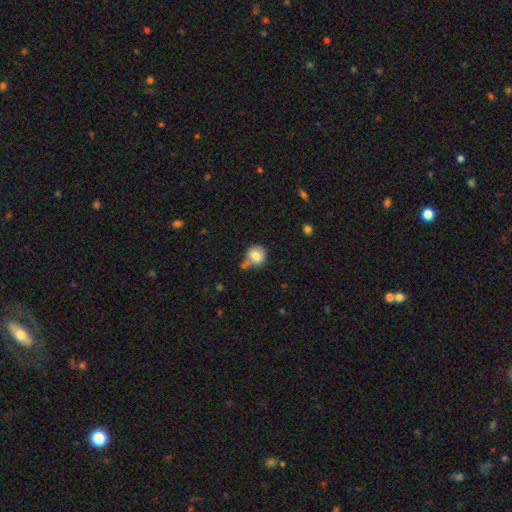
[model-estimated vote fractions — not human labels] smooth_or_featured: smooth (p=0.82) [alt: featured or disk p=0.09]
how_rounded: round (p=0.89) [alt: in between p=0.10]
merging: none (p=0.58) [alt: minor disturbance p=0.19]